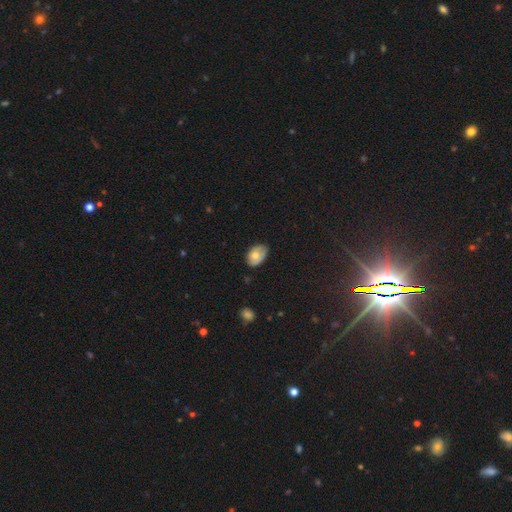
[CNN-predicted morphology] Smooth or featured?
  - smooth: 68% *
  - featured or disk: 24%
  - star or artifact: 8%
How rounded?
  - in between: 87% *
  - round: 11%
  - cigar-shaped: 1%
Merging?
  - none: 67% *
  - minor disturbance: 28%
  - major disturbance: 4%
  - merger: 1%